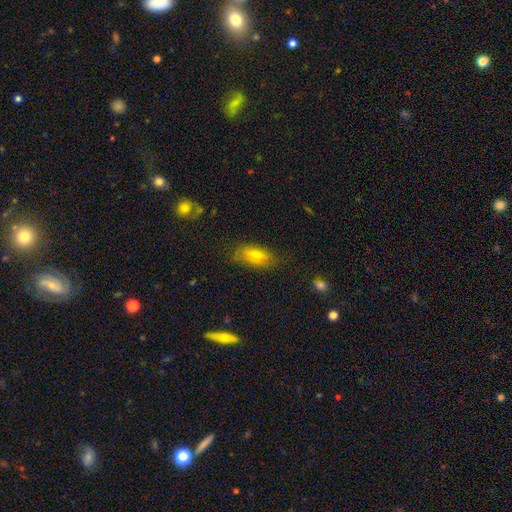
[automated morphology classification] Smooth or featured: smooth — 70% (featured or disk — 21%)
How rounded: in between — 82% (cigar-shaped — 13%)
Merging: none — 75% (minor disturbance — 19%)